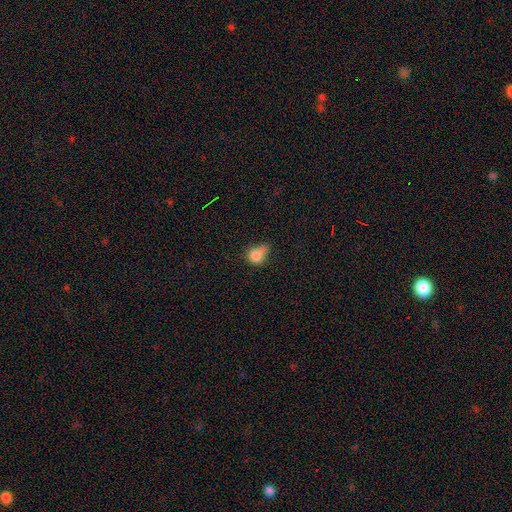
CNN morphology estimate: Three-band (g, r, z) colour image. It shows a smooth galaxy with no disk features (79%) that is round (52%). Merging: minor disturbance (40%).